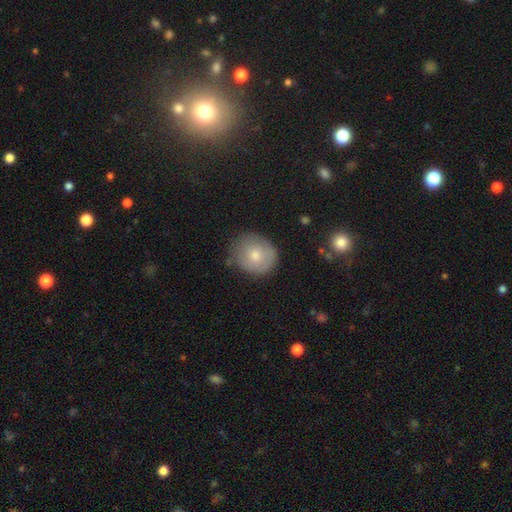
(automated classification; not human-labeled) The model was most divided on "merging": none: 68%, minor disturbance: 24%, major disturbance: 6%, merger: 2%. More confident: how rounded — round (79%); smooth or featured — smooth (71%).